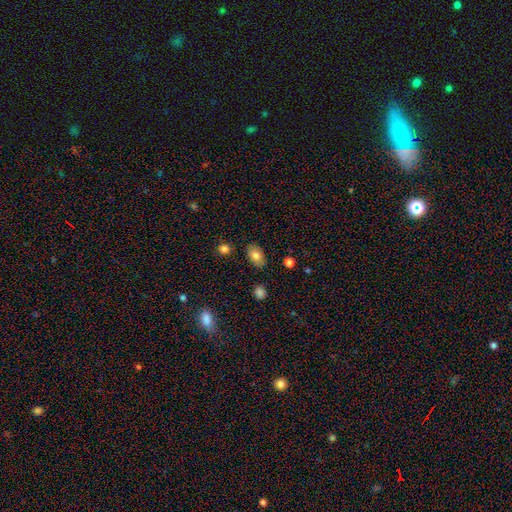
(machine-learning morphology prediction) The model was most divided on "smooth or featured": smooth: 81%, featured or disk: 11%, star or artifact: 8%. More confident: how rounded — in between (89%); merging — none (84%).